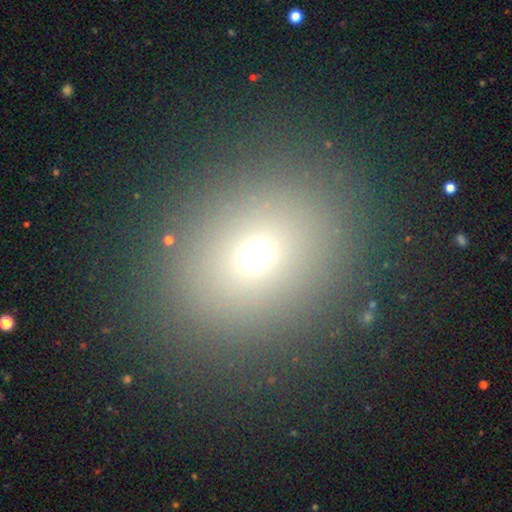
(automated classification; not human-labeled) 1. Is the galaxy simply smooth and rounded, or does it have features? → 67% smooth, 22% star or artifact, 11% featured or disk.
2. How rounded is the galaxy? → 64% round, 35% in between, 1% cigar-shaped.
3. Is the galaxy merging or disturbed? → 86% none, 8% minor disturbance, 4% major disturbance, 2% merger.